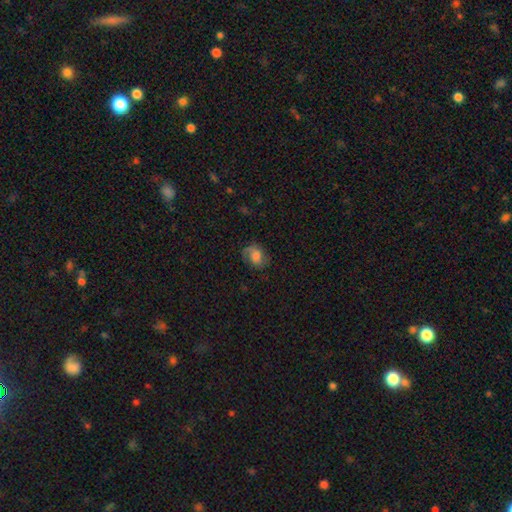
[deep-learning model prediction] A smooth galaxy with no disk features (47%).

Vote fractions:
- Smooth or featured? smooth: 47% / featured or disk: 43% / star or artifact: 10%
- Merging? none: 64% / minor disturbance: 22% / major disturbance: 12% / merger: 1%